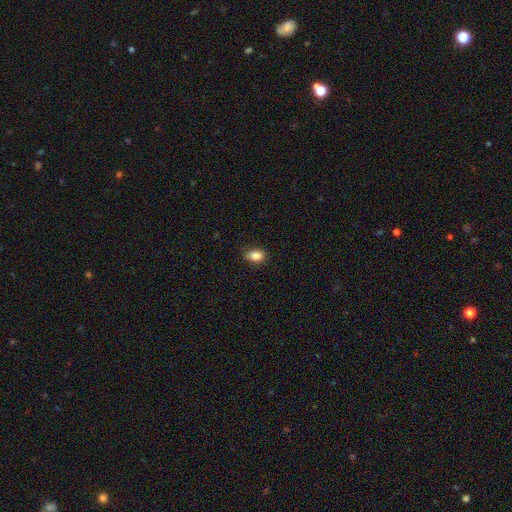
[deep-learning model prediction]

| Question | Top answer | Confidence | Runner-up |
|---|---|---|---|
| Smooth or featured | smooth | 87% | star or artifact (9%) |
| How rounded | in between | 86% | round (12%) |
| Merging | none | 83% | minor disturbance (13%) |